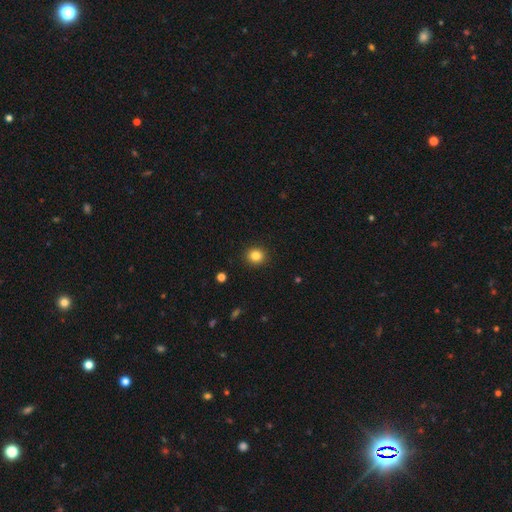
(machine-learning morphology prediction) Q: Smooth or featured?
A: smooth (84%); runner-up: star or artifact (11%)
Q: How rounded?
A: round (88%); runner-up: in between (12%)
Q: Merging?
A: none (92%); runner-up: minor disturbance (5%)